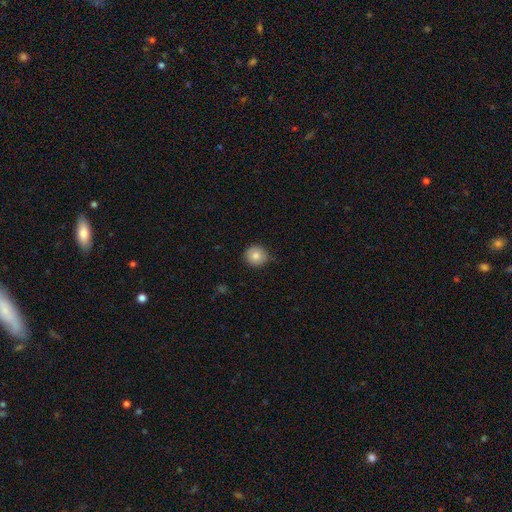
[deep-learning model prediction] A smooth galaxy with no disk features (82%) that is round (90%).

Vote fractions:
- Smooth or featured? smooth: 82% / featured or disk: 9% / star or artifact: 9%
- How rounded? round: 90% / in between: 9% / cigar-shaped: 1%
- Merging? none: 79% / minor disturbance: 17% / major disturbance: 2% / merger: 1%